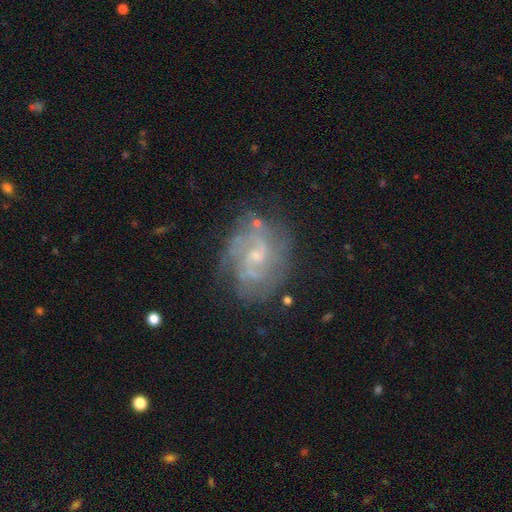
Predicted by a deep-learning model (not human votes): Smooth or featured?
  - featured or disk: 82% *
  - smooth: 10%
  - star or artifact: 7%
Edge-on disk?
  - no: 97% *
  - yes: 3%
Bar?
  - no: 47% *
  - weak: 46%
  - strong: 7%
Spiral arms?
  - yes: 91% *
  - no: 9%
Spiral winding?
  - medium: 47% *
  - tight: 37%
  - loose: 16%
Spiral arm count?
  - 2: 51% *
  - can't tell: 24%
  - 3: 14%
  - 4: 4%
  - 1: 4%
  - more than 4: 3%
Bulge size?
  - small: 62% *
  - moderate: 30%
  - none: 6%
  - large: 1%
  - dominant: 1%
Merging?
  - none: 68% *
  - minor disturbance: 19%
  - major disturbance: 9%
  - merger: 3%